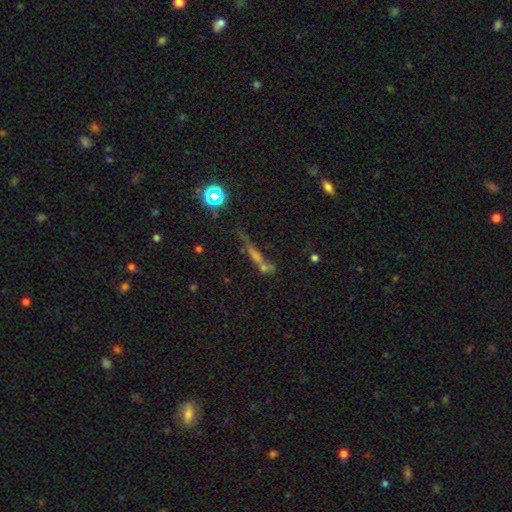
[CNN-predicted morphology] Smooth or featured? Predicted: smooth (p=0.39). Merging? Predicted: none (p=0.46).